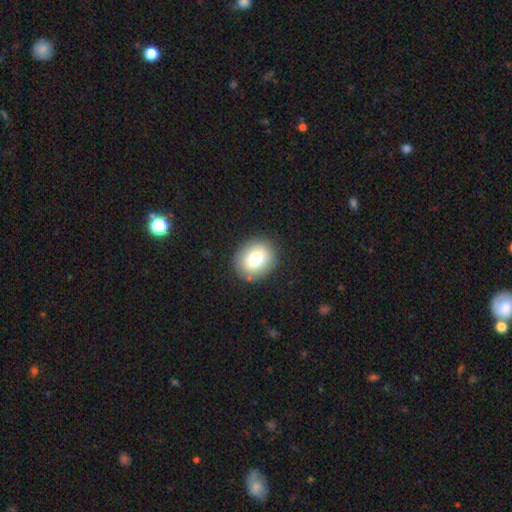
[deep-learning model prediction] A smooth galaxy with no disk features (75%) that is round (64%).

Vote fractions:
- Smooth or featured? smooth: 75% / featured or disk: 15% / star or artifact: 10%
- How rounded? round: 64% / in between: 35% / cigar-shaped: 1%
- Merging? none: 86% / minor disturbance: 10% / major disturbance: 3% / merger: 2%